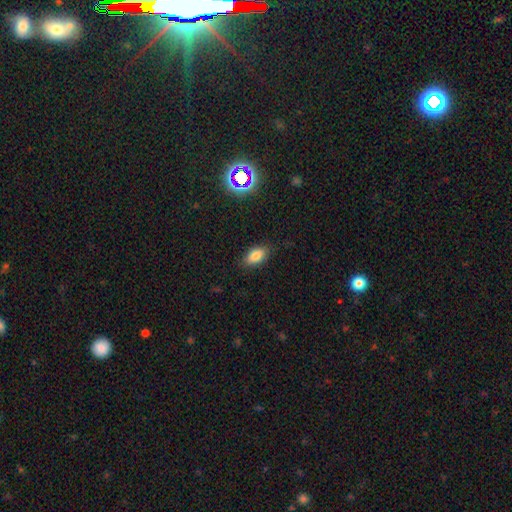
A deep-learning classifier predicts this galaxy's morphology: Smooth or featured? Predicted: smooth (p=0.83). How rounded? Predicted: in between (p=0.90). Merging? Predicted: none (p=0.84).